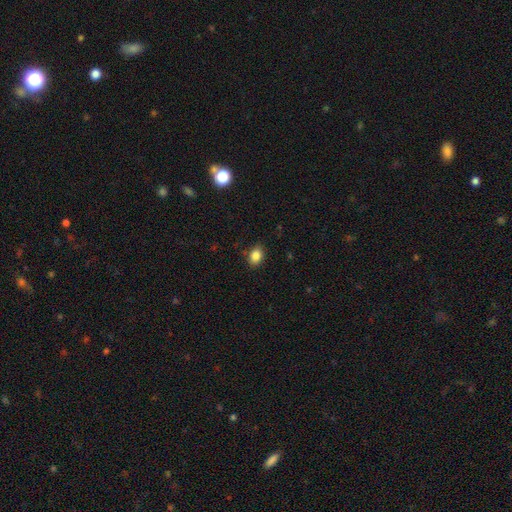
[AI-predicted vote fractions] Overall: smooth (85%). How rounded: in between (71%). Merging: none (85%).